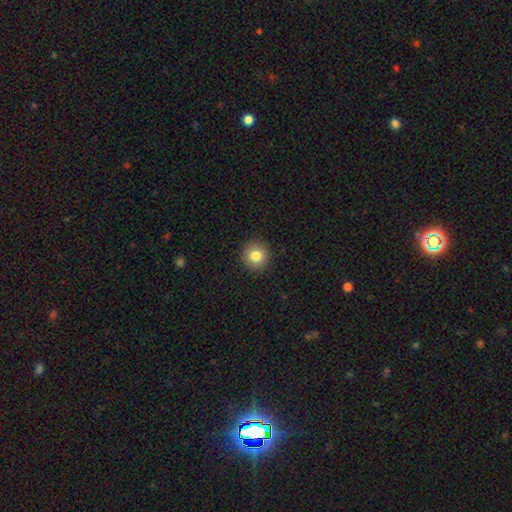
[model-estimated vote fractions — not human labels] Overall: smooth (83%). How rounded: round (94%). Merging: none (92%).